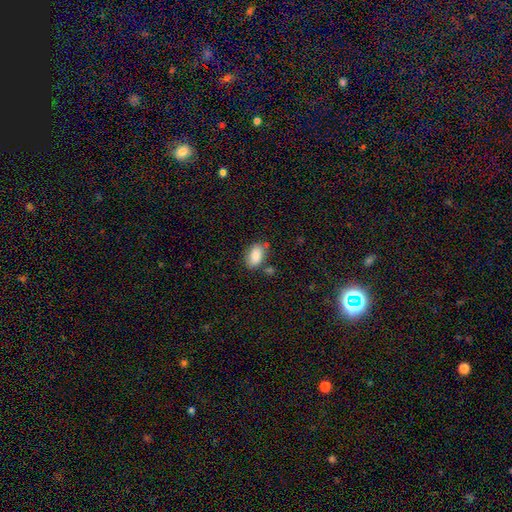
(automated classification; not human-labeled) Smooth or featured?
  - smooth: 85% *
  - featured or disk: 8%
  - star or artifact: 7%
How rounded?
  - in between: 90% *
  - round: 8%
  - cigar-shaped: 2%
Merging?
  - none: 68% *
  - minor disturbance: 18%
  - merger: 9%
  - major disturbance: 4%